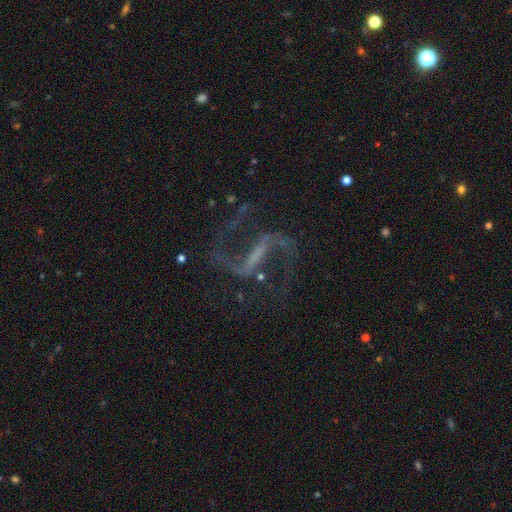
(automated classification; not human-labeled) A featured or disk galaxy (90%) with a strong bar (64%), 2 (94%) loose (57%) spiral arms (97%) and no central bulge (51%). Merging: none (74%).